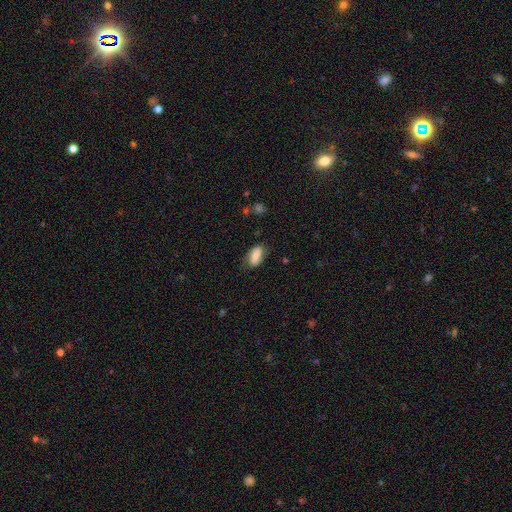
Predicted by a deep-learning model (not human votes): The model was most divided on "smooth or featured": smooth: 66%, featured or disk: 26%, star or artifact: 8%. More confident: how rounded — in between (90%); merging — none (71%).